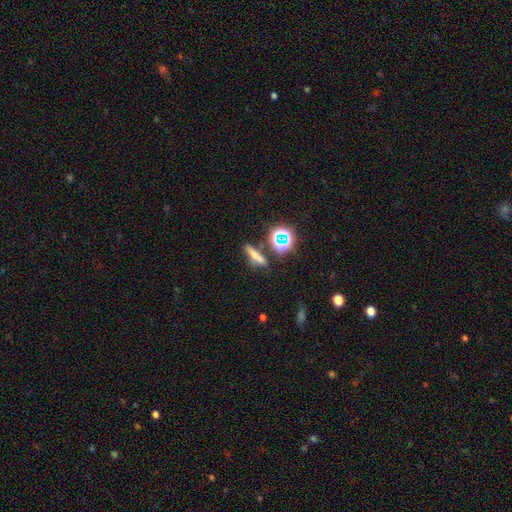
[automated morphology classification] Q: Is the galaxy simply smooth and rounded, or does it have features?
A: smooth — 58%.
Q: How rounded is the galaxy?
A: cigar-shaped — 69%.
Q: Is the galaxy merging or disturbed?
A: none — 73%.